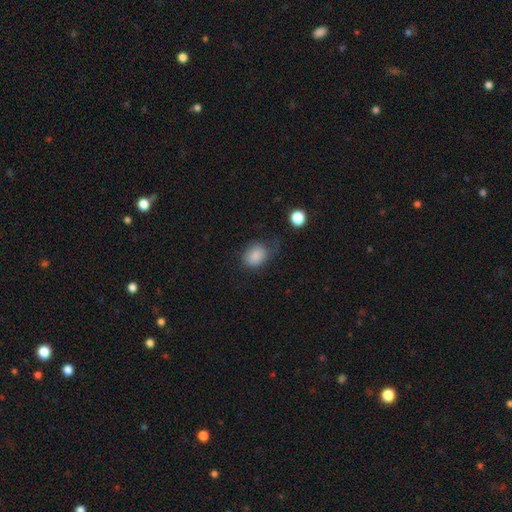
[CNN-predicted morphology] This is clearly a smooth galaxy (85%). How rounded: likely in between (64%). Merging: possibly none (54%).